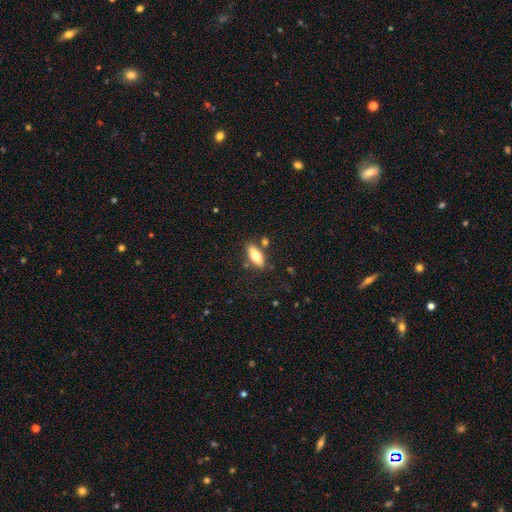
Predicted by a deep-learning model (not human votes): smooth_or_featured: smooth (p=0.69) [alt: featured or disk p=0.24]
how_rounded: in between (p=0.69) [alt: cigar-shaped p=0.28]
merging: none (p=0.78) [alt: minor disturbance p=0.12]